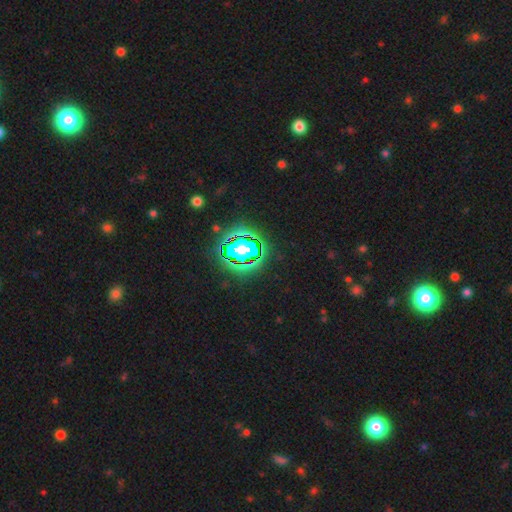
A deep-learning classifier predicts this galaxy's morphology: A star or artifact, not a galaxy (82%).